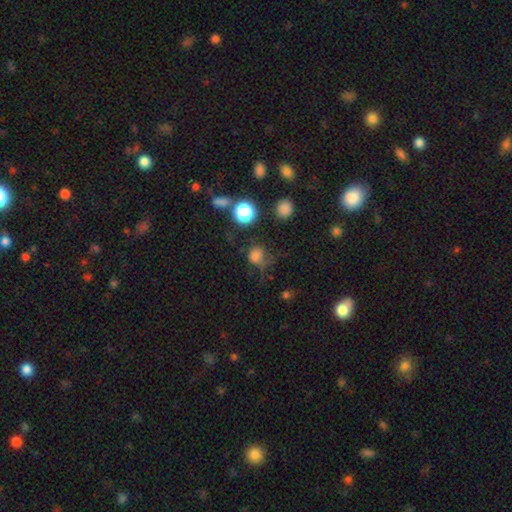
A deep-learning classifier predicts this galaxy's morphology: smooth 71%, star or artifact 19%, featured or disk 9%. Down the decision tree: how rounded — round (72%); merging — none (47%).